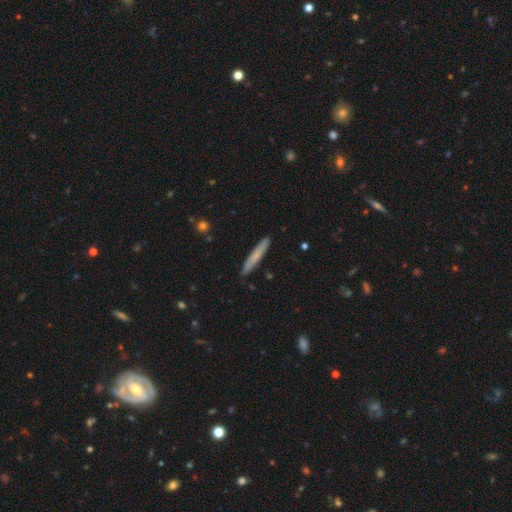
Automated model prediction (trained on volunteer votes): Smooth or featured? smooth (68%)
How rounded? cigar-shaped (95%)
Merging? none (89%)